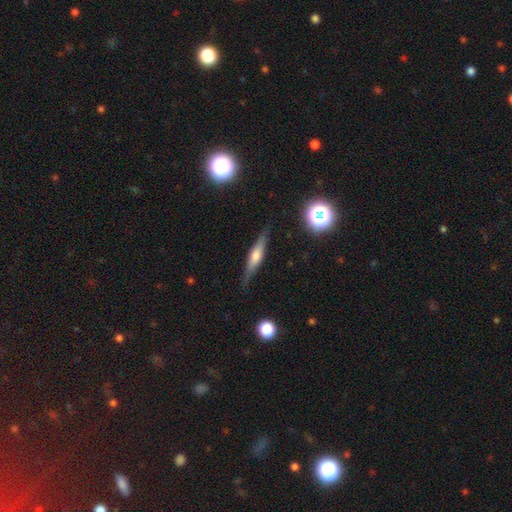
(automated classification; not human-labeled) Smooth or featured: featured or disk — 58% (smooth — 34%)
Edge-on disk: yes — 94% (no — 6%)
Edge-on bulge: rounded — 74% (boxy — 18%)
Merging: none — 83% (minor disturbance — 12%)